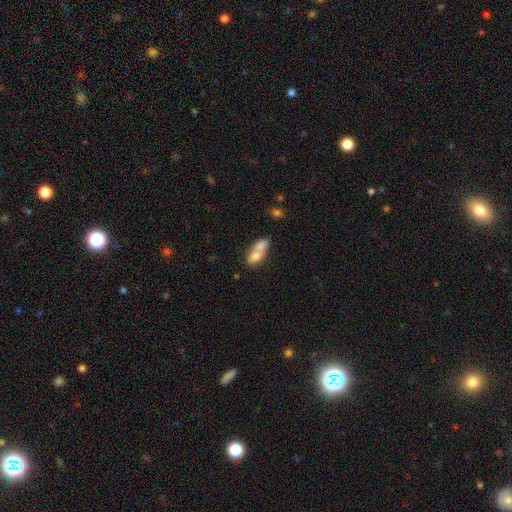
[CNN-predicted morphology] This is likely a smooth galaxy (71%). How rounded: likely in between (76%). Merging: likely merger (67%).